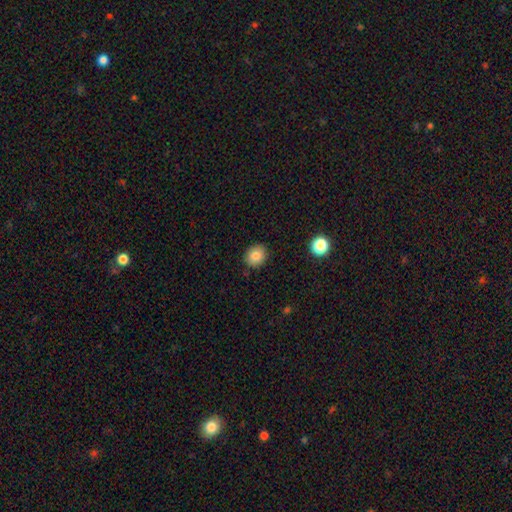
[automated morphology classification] smooth 83%, star or artifact 10%, featured or disk 7%. Down the decision tree: how rounded — round (77%); merging — none (89%).